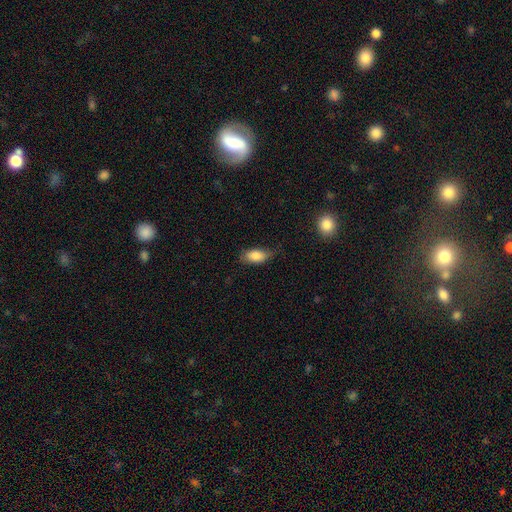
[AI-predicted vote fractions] Q: Smooth or featured?
A: smooth (83%); runner-up: featured or disk (10%)
Q: How rounded?
A: in between (89%); runner-up: cigar-shaped (7%)
Q: Merging?
A: none (65%); runner-up: minor disturbance (27%)